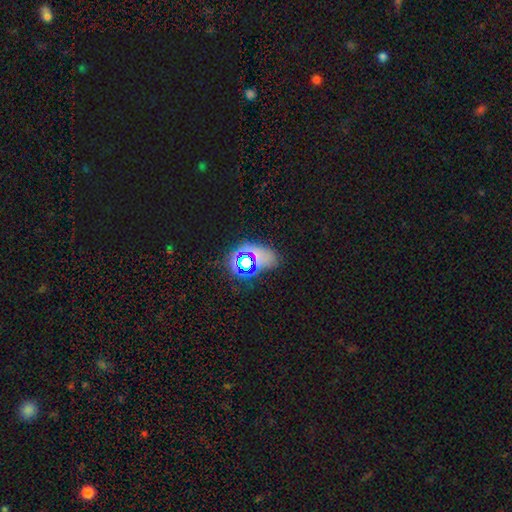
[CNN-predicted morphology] smooth_or_featured: star or artifact (p=0.51) [alt: smooth p=0.36]